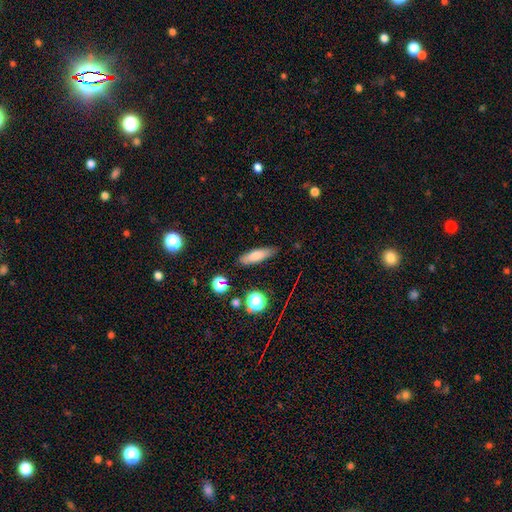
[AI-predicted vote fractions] A smooth galaxy with no disk features (74%) that is cigar-shaped (58%). Merging: none (84%).